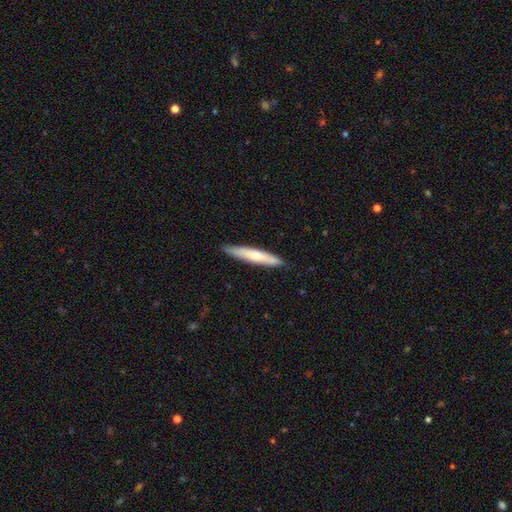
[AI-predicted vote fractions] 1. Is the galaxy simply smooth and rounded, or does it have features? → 63% smooth, 32% featured or disk, 5% star or artifact.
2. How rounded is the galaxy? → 93% cigar-shaped, 6% in between, 1% round.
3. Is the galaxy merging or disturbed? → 89% none, 9% minor disturbance, 1% major disturbance, 1% merger.